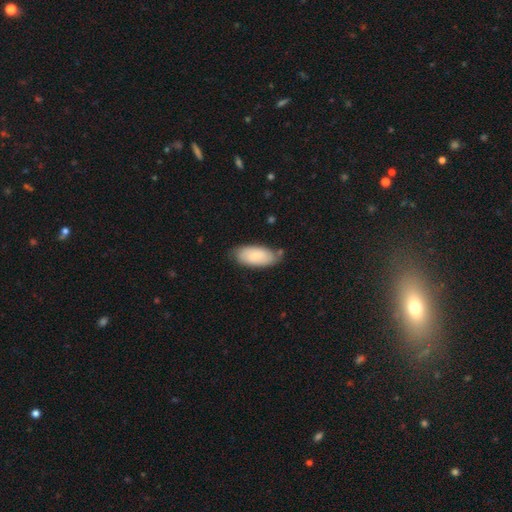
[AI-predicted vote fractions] Smooth or featured?
  - smooth: 77% *
  - featured or disk: 17%
  - star or artifact: 6%
How rounded?
  - in between: 90% *
  - cigar-shaped: 9%
  - round: 2%
Merging?
  - none: 71% *
  - minor disturbance: 21%
  - merger: 4%
  - major disturbance: 4%